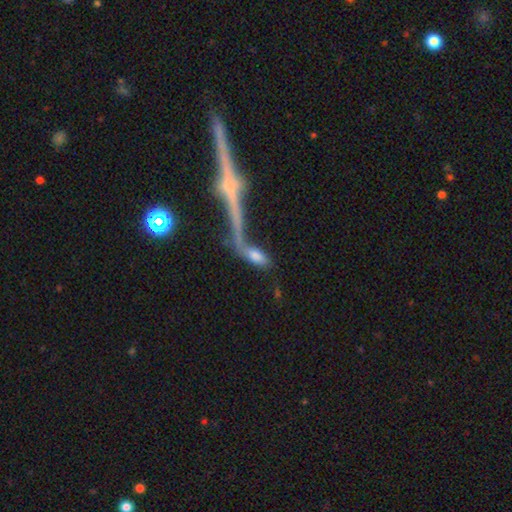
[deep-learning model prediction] Smooth or featured: smooth — 69% (featured or disk — 22%)
How rounded: in between — 65% (cigar-shaped — 30%)
Merging: merger — 40% (none — 32%)